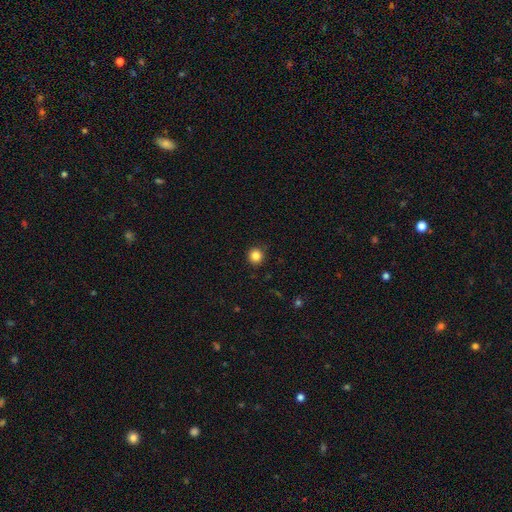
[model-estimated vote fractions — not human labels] This appears to be a smooth galaxy with no disk features (85%) that is round (94%). Merging: none (92%).